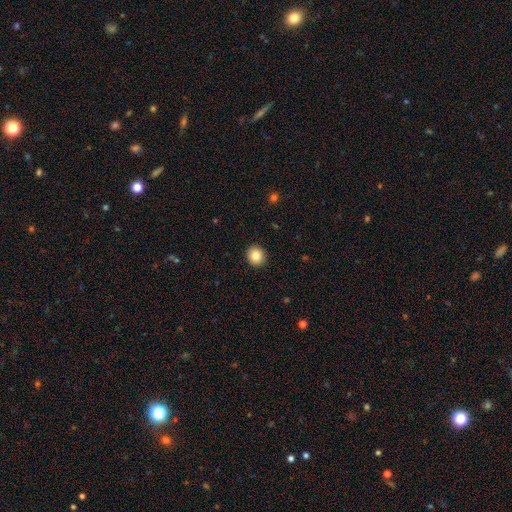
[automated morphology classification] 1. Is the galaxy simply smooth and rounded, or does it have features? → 83% smooth, 9% star or artifact, 7% featured or disk.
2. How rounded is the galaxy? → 82% round, 17% in between, 1% cigar-shaped.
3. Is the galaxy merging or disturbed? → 92% none, 5% minor disturbance, 2% major disturbance, 1% merger.